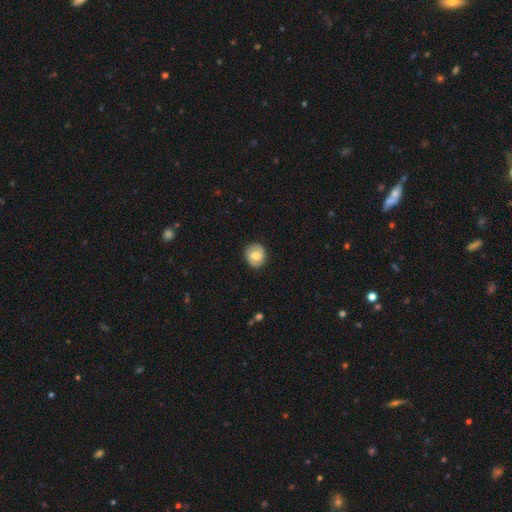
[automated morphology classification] Smooth or featured? Predicted: smooth (p=0.60). How rounded? Predicted: round (p=0.70). Merging? Predicted: none (p=0.86).